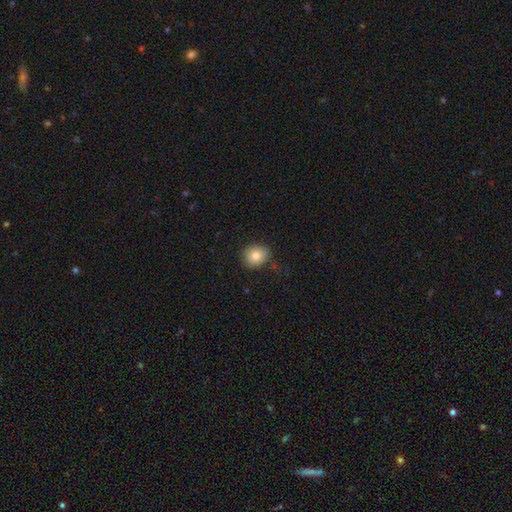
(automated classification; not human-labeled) smooth 83%, featured or disk 9%, star or artifact 8%. Down the decision tree: how rounded — round (62%); merging — none (79%).